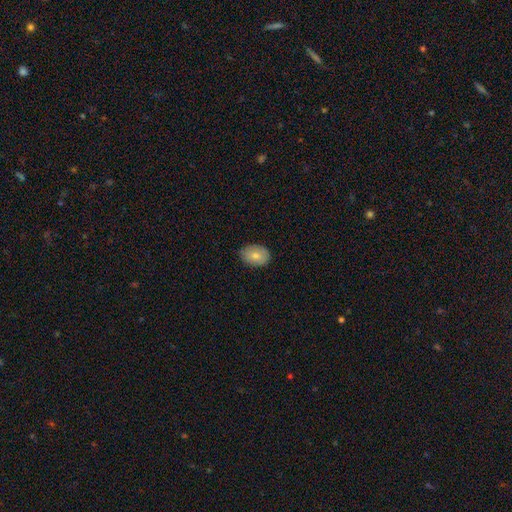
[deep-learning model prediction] Q: Smooth or featured?
A: smooth (78%); runner-up: featured or disk (14%)
Q: How rounded?
A: in between (77%); runner-up: round (22%)
Q: Merging?
A: none (84%); runner-up: minor disturbance (12%)